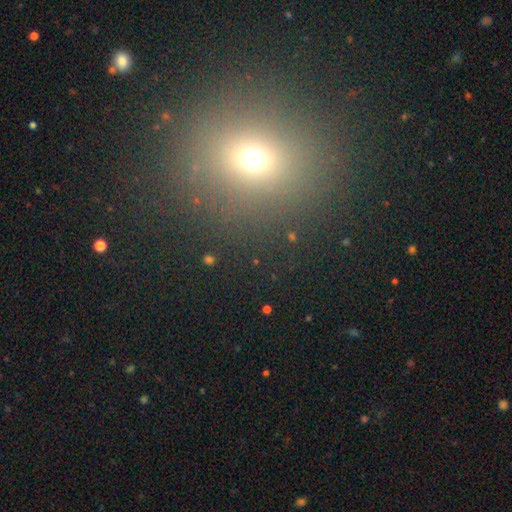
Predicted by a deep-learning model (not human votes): smooth_or_featured: smooth (p=0.59) [alt: star or artifact p=0.31]
how_rounded: round (p=0.76) [alt: in between p=0.22]
merging: none (p=0.87) [alt: minor disturbance p=0.07]